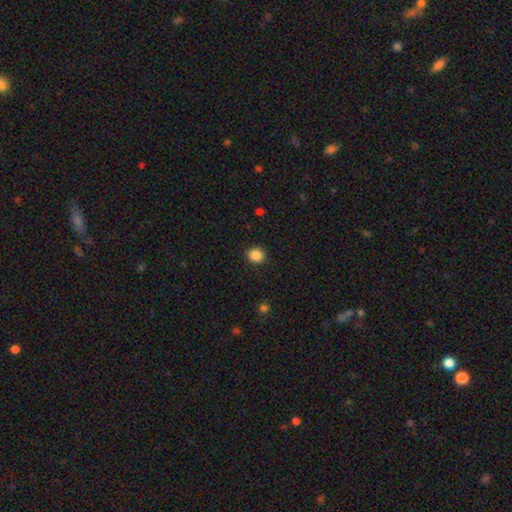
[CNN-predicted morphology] Smooth or featured? smooth (87%)
How rounded? round (80%)
Merging? none (91%)